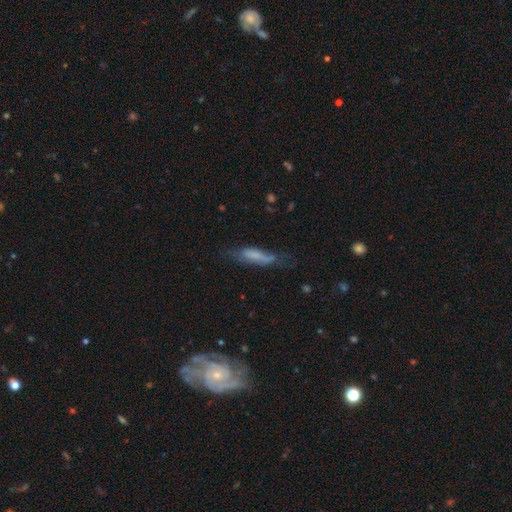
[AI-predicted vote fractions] Smooth or featured?
  - smooth: 59% *
  - featured or disk: 33%
  - star or artifact: 9%
How rounded?
  - cigar-shaped: 70% *
  - in between: 28%
  - round: 2%
Merging?
  - none: 47% *
  - minor disturbance: 30%
  - major disturbance: 19%
  - merger: 3%